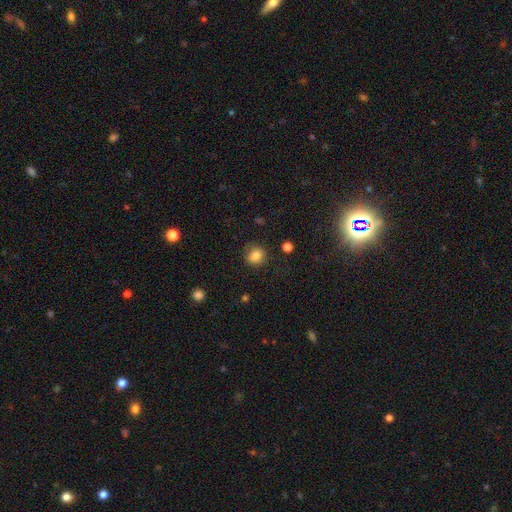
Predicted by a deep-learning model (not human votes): This appears to be a smooth galaxy with no disk features (82%) that is round (77%). Merging: none (78%).